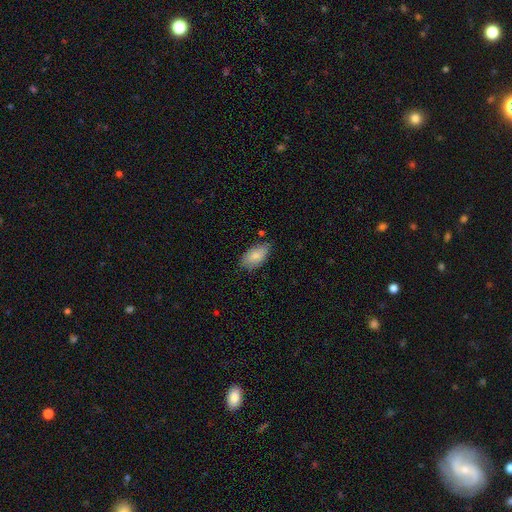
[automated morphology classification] Smooth or featured? smooth (81%)
How rounded? in between (93%)
Merging? none (69%)